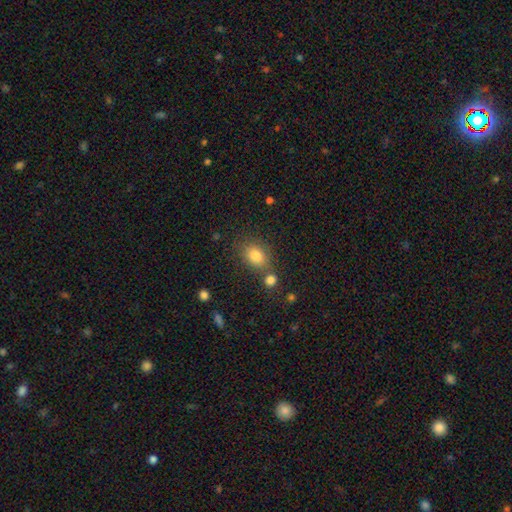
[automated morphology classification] smooth_or_featured: smooth (p=0.82) [alt: star or artifact p=0.11]
how_rounded: in between (p=0.61) [alt: round p=0.38]
merging: none (p=0.67) [alt: merger p=0.16]